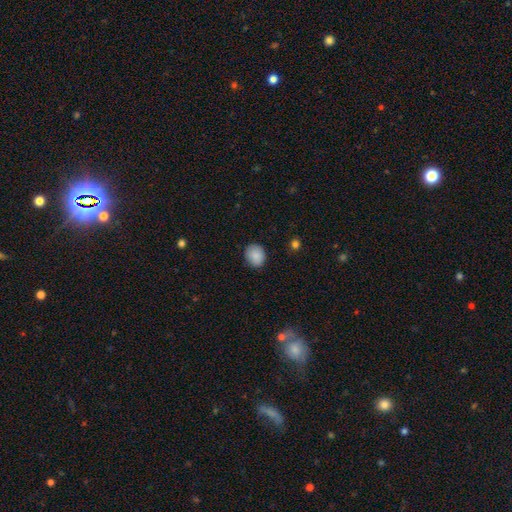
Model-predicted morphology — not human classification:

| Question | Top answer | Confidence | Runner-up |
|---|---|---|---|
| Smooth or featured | smooth | 88% | star or artifact (8%) |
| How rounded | round | 61% | in between (38%) |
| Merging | none | 84% | minor disturbance (13%) |